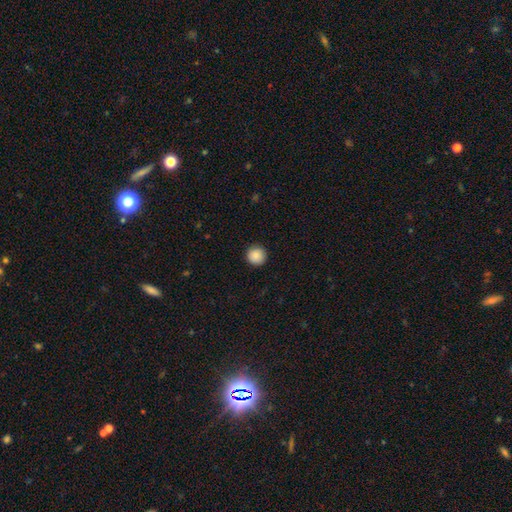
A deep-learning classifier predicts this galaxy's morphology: Smooth or featured? smooth (87%)
How rounded? round (96%)
Merging? none (92%)